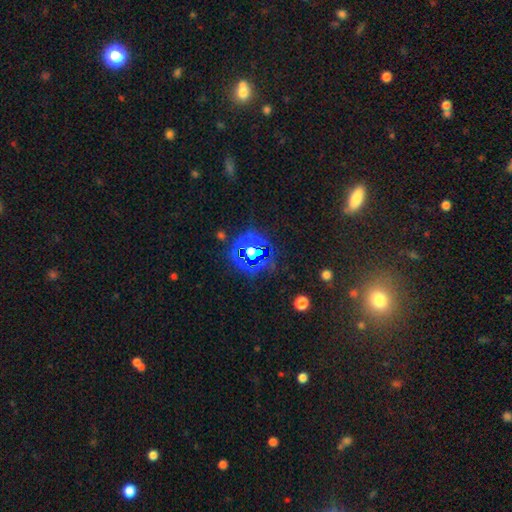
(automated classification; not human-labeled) smooth_or_featured: star or artifact (p=0.70) [alt: smooth p=0.20]